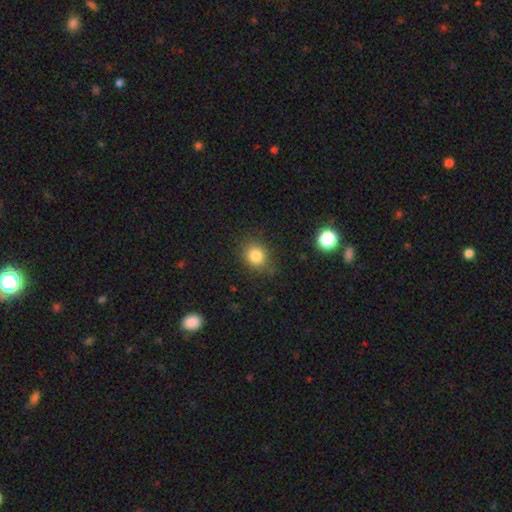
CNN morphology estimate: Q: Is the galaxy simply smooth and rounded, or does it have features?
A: smooth — 82%.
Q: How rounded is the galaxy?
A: round — 75%.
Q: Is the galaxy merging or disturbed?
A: none — 82%.